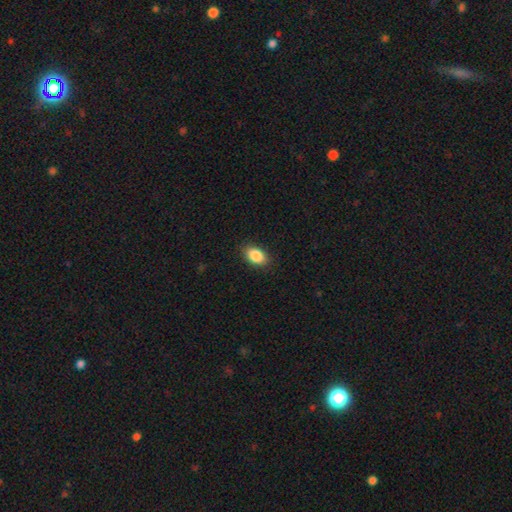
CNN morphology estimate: smooth_or_featured: smooth (p=0.87) [alt: star or artifact p=0.08]
how_rounded: in between (p=0.88) [alt: round p=0.10]
merging: none (p=0.88) [alt: minor disturbance p=0.09]